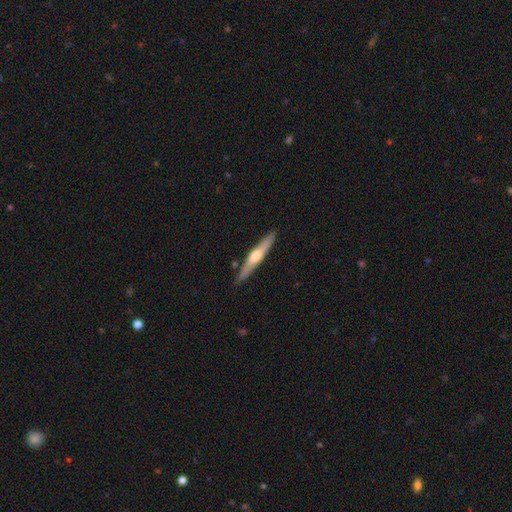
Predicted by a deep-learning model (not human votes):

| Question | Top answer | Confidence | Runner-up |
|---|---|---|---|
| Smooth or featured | featured or disk | 61% | smooth (34%) |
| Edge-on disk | yes | 96% | no (4%) |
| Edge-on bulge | rounded | 85% | boxy (8%) |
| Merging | none | 87% | minor disturbance (9%) |